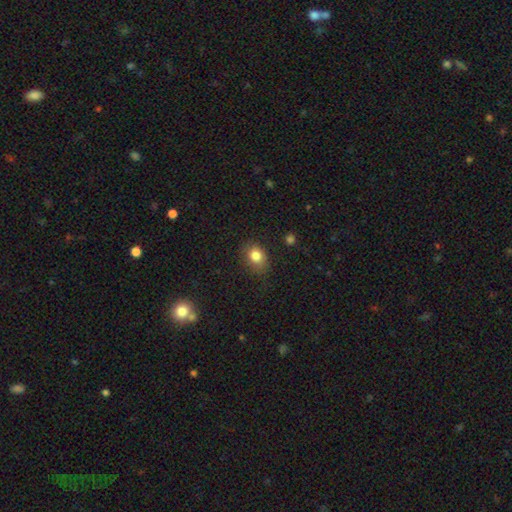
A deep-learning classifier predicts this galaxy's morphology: This is clearly a smooth galaxy (83%). How rounded: possibly round (50%). Merging: likely none (74%).